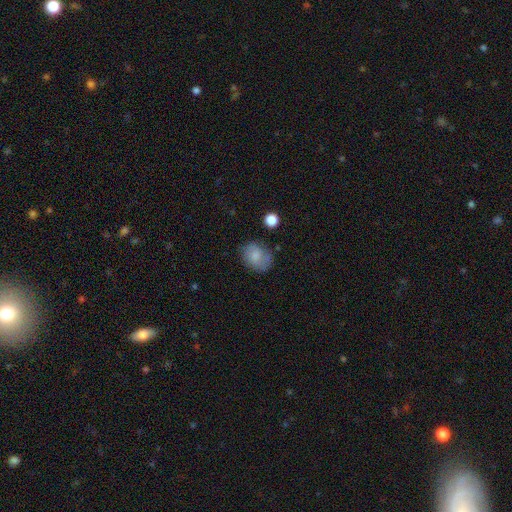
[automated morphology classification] smooth-or-featured: smooth: 77% | featured or disk: 15% | star or artifact: 9%
  how-rounded: in between: 54% | round: 45% | cigar-shaped: 1%
  merging: none: 66% | minor disturbance: 23% | major disturbance: 7% | merger: 3%